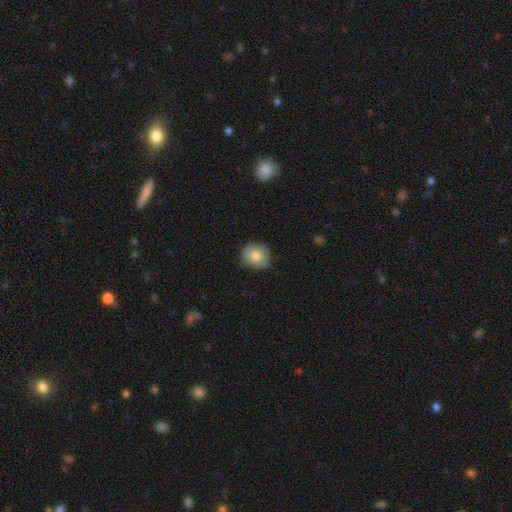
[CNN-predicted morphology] Smooth or featured?
  - smooth: 83% *
  - featured or disk: 10%
  - star or artifact: 7%
How rounded?
  - round: 80% *
  - in between: 19%
  - cigar-shaped: 1%
Merging?
  - none: 82% *
  - minor disturbance: 14%
  - major disturbance: 3%
  - merger: 1%